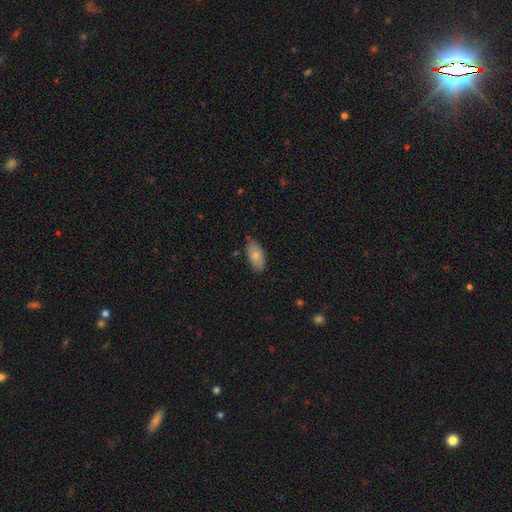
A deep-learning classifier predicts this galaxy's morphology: Smooth or featured? smooth (76%)
How rounded? in between (92%)
Merging? none (78%)